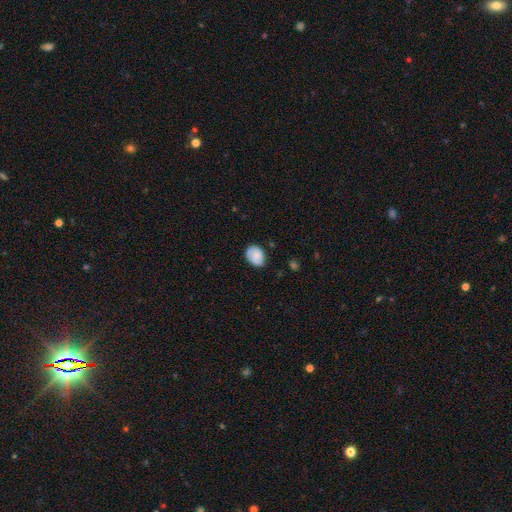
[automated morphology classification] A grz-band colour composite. It shows a smooth galaxy with no disk features (74%) that is in between round and cigar-shaped (61%). Merging: none (65%).